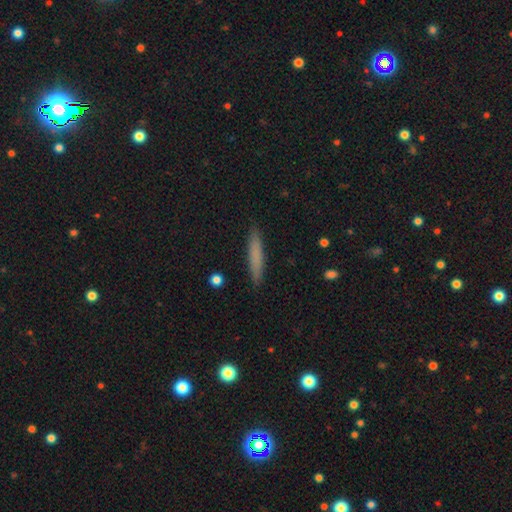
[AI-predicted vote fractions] A smooth galaxy with no disk features (76%) that is cigar-shaped (93%).

Vote fractions:
- Smooth or featured? smooth: 76% / featured or disk: 18% / star or artifact: 6%
- How rounded? cigar-shaped: 93% / in between: 5% / round: 1%
- Merging? none: 91% / minor disturbance: 7% / major disturbance: 1% / merger: 1%